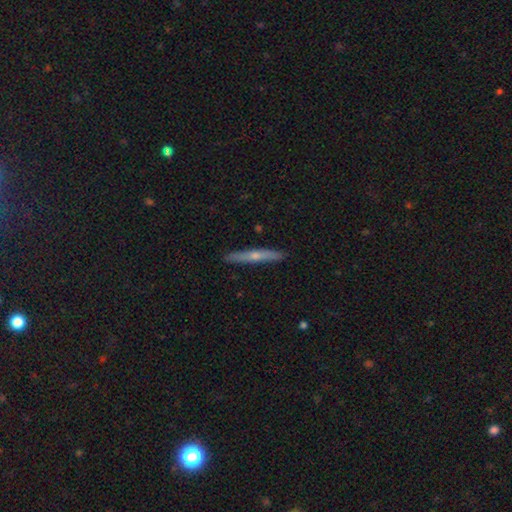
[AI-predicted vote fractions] This is possibly a featured or disk galaxy (53%). It is clearly viewed edge-on (95%). Edge-on bulge: likely rounded (74%). Merging: clearly none (91%).